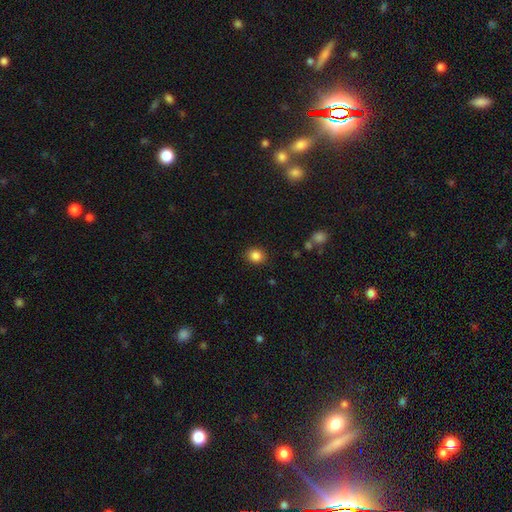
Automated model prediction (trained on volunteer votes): The model was most divided on "how rounded": round: 70%, in between: 29%, cigar-shaped: 1%. More confident: merging — none (88%); smooth or featured — smooth (85%).